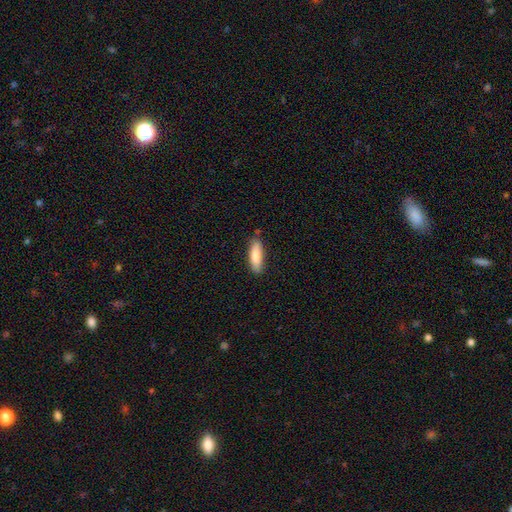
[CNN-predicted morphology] Smooth or featured? Predicted: smooth (p=0.85). How rounded? Predicted: cigar-shaped (p=0.51). Merging? Predicted: none (p=0.82).